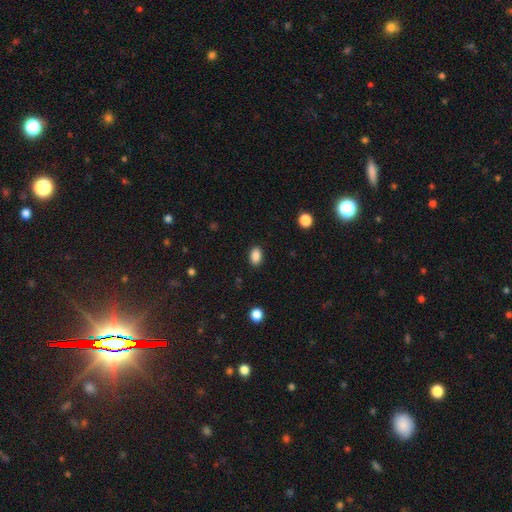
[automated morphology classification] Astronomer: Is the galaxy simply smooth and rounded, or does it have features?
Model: smooth — 88%.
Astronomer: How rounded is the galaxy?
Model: in between — 87%.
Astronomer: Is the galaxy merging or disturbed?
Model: none — 88%.